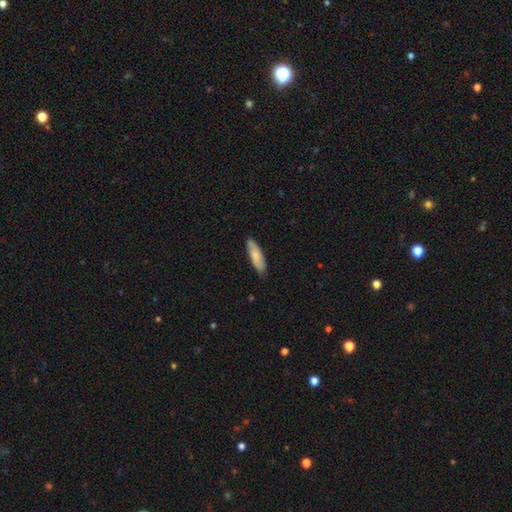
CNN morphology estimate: Smooth or featured? Predicted: smooth (p=0.77). How rounded? Predicted: cigar-shaped (p=0.56). Merging? Predicted: none (p=0.83).